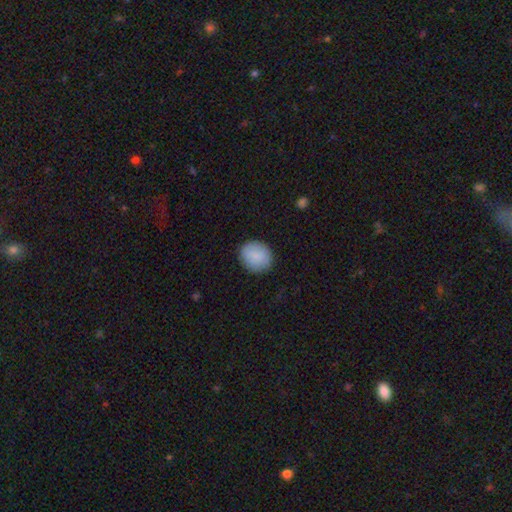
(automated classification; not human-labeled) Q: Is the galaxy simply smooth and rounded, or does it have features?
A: smooth — 86%.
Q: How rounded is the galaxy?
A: round — 78%.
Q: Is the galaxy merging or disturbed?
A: none — 87%.